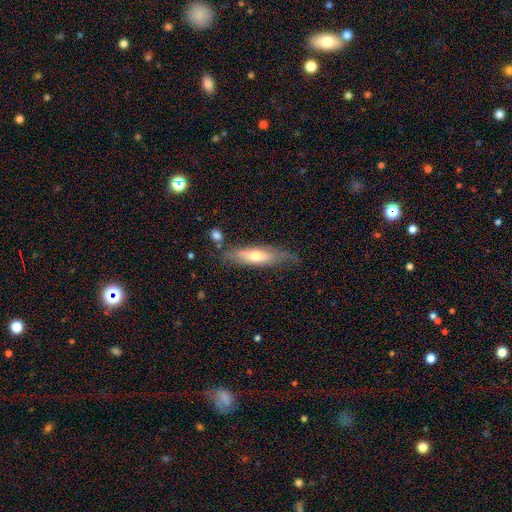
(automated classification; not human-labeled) Smooth or featured?
  - smooth: 52% *
  - featured or disk: 42%
  - star or artifact: 6%
How rounded?
  - cigar-shaped: 56% *
  - in between: 42%
  - round: 2%
Merging?
  - none: 62% *
  - minor disturbance: 25%
  - major disturbance: 9%
  - merger: 4%